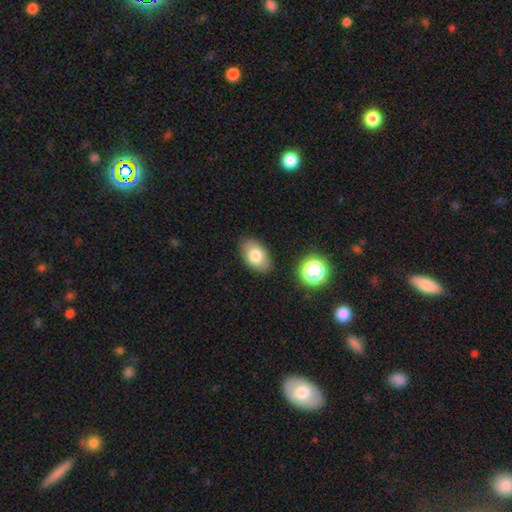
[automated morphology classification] Overall: smooth (78%). How rounded: in between (90%). Merging: none (84%).